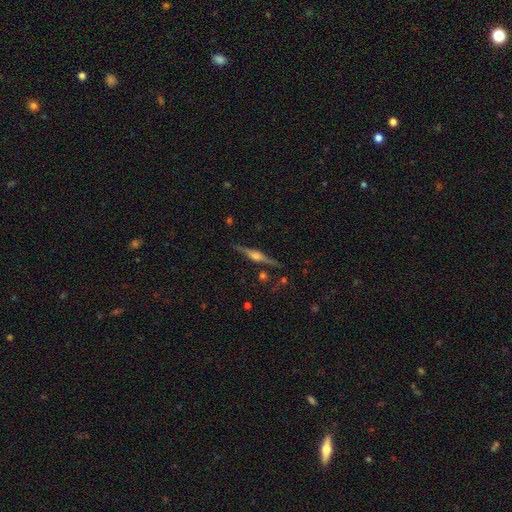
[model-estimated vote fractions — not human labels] This is clearly a featured or disk galaxy (81%). It is clearly viewed edge-on (98%). Edge-on bulge: clearly rounded (85%). Merging: clearly none (87%).